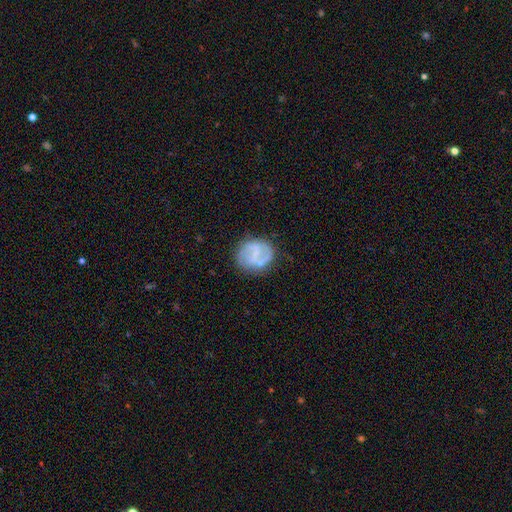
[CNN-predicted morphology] smooth-or-featured: featured or disk: 64% | smooth: 29% | star or artifact: 7%
  disk-edge-on: no: 98% | yes: 2%
    bar: weak: 46% | no: 31% | strong: 23%
    has-spiral-arms: yes: 79% | no: 21%
    bulge-size: none: 44% | small: 41% | moderate: 13% | large: 2% | dominant: 1%
  merging: none: 73% | minor disturbance: 17% | major disturbance: 8% | merger: 3%